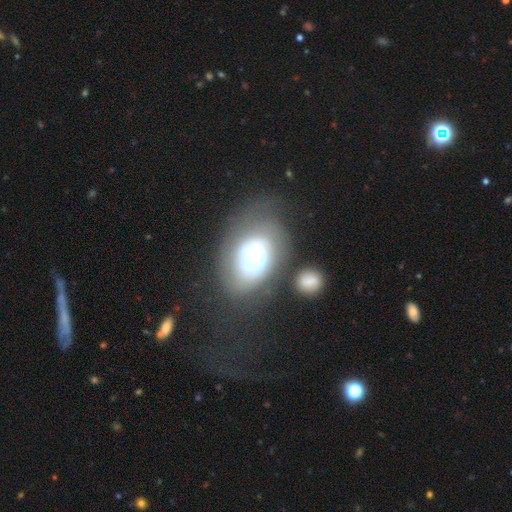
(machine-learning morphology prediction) This is possibly a featured or disk galaxy (55%). It is clearly not viewed edge-on (96%). Bar: likely no (73%). Spiral arm pattern: possibly yes (55%). Central bulge: possibly large (48%). Merging: marginally none (40%).